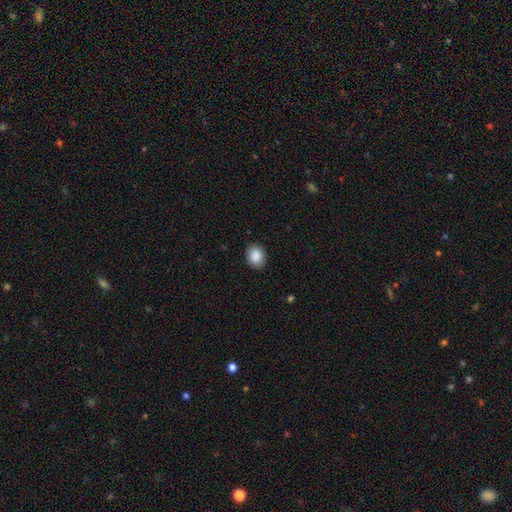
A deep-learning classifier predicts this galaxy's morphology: smooth-or-featured: smooth: 89% | star or artifact: 8% | featured or disk: 3%
  how-rounded: round: 50% | in between: 49% | cigar-shaped: 1%
  merging: none: 88% | minor disturbance: 9% | major disturbance: 2% | merger: 1%